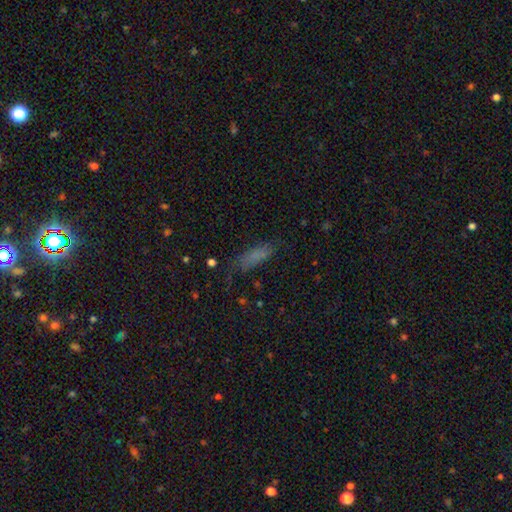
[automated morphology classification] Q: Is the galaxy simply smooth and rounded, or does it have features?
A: smooth — 71%.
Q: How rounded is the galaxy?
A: in between — 51%.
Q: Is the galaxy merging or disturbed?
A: none — 58%.